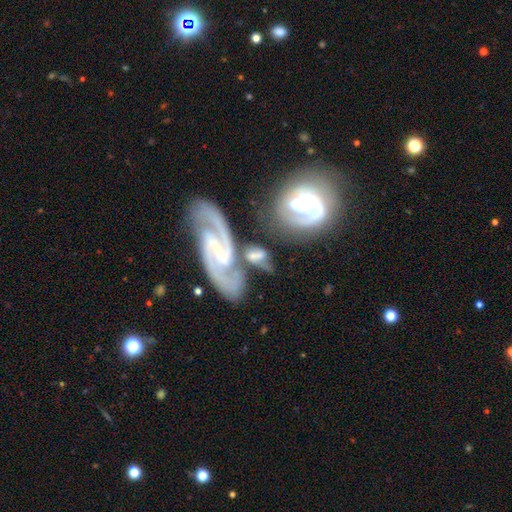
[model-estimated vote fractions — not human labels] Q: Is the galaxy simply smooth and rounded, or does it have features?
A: featured or disk — 67%.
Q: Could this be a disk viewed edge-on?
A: no — 94%.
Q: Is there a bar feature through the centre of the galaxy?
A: weak — 42%.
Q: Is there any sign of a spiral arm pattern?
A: yes — 91%.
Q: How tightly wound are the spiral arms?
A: medium — 48%.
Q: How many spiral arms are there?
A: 2 — 85%.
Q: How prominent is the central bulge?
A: small — 61%.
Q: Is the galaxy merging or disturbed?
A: merger — 45%.